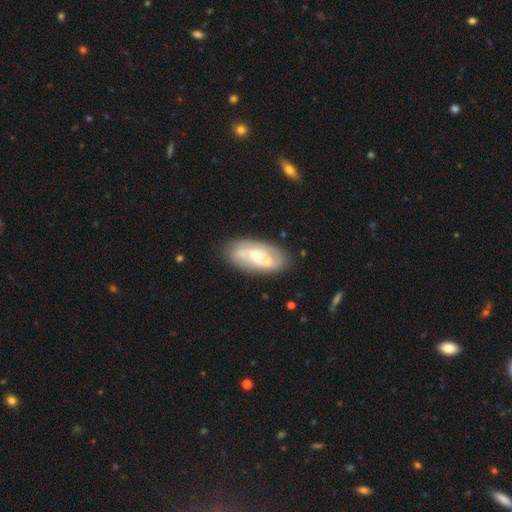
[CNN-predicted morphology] featured or disk 56%, smooth 37%, star or artifact 7%. Down the decision tree: edge-on disk — no (93%); bar — no (68%); spiral arms — yes (52%); bulge size — moderate (45%); merging — none (56%).